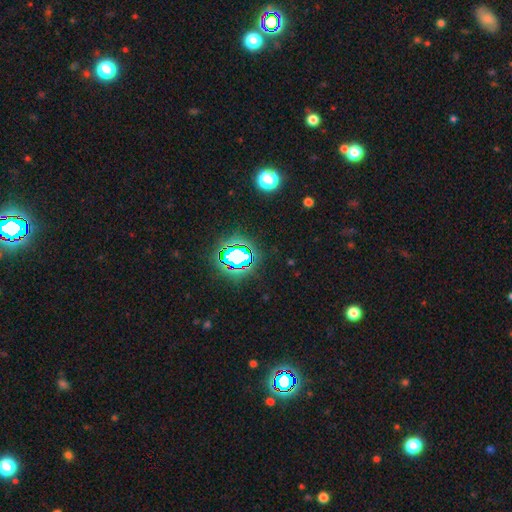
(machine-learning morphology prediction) star or artifact 81%, smooth 12%, featured or disk 7%.